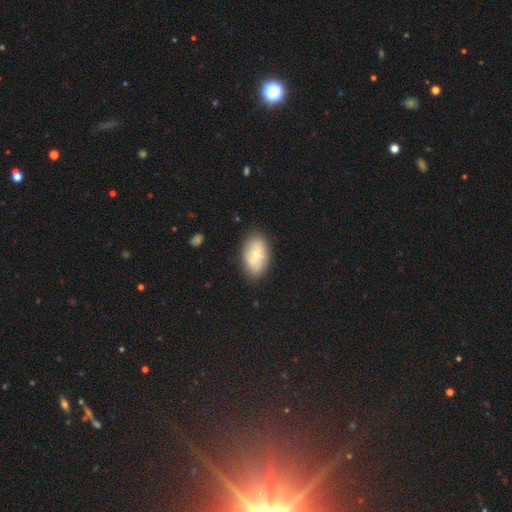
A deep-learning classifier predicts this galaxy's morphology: type=featured or disk (47%); merging=none (81%).